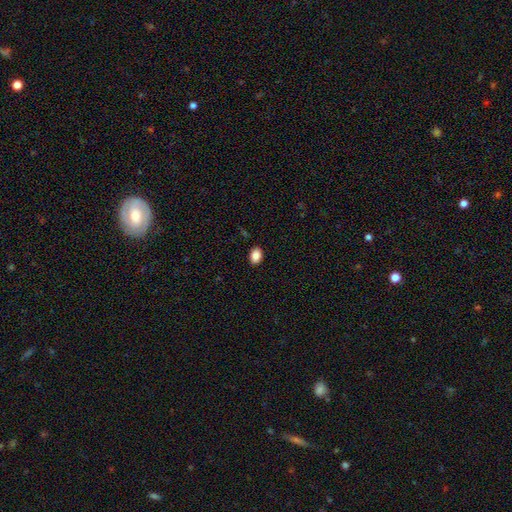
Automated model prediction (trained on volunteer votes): The model was most divided on "how rounded": in between: 77%, round: 22%, cigar-shaped: 1%. More confident: merging — none (89%); smooth or featured — smooth (87%).